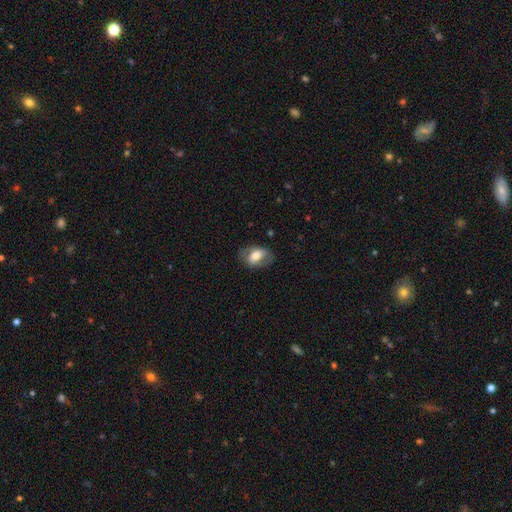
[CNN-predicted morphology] smooth 50%, featured or disk 43%, star or artifact 7%. Down the decision tree: how rounded — in between (83%); merging — none (72%).